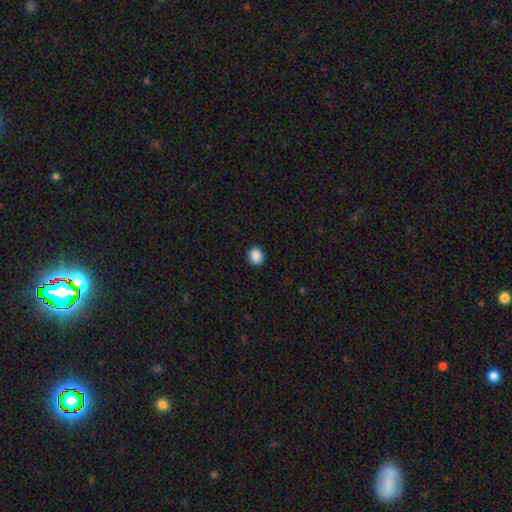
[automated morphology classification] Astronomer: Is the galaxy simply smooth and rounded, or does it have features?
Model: smooth — 89%.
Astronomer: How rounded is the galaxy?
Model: round — 72%.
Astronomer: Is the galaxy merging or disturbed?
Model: none — 91%.